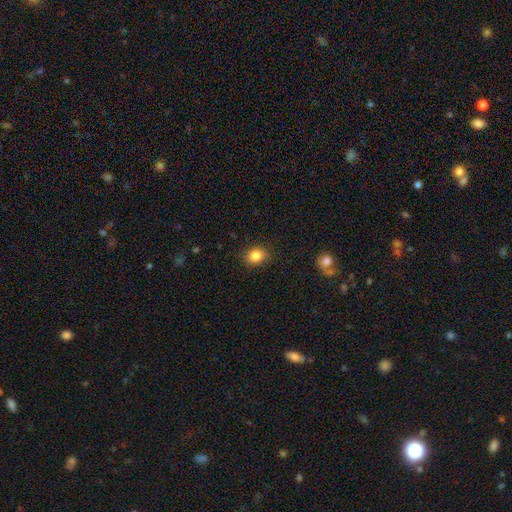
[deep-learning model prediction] smooth_or_featured: smooth (p=0.85) [alt: star or artifact p=0.10]
how_rounded: round (p=0.52) [alt: in between p=0.48]
merging: none (p=0.87) [alt: minor disturbance p=0.09]